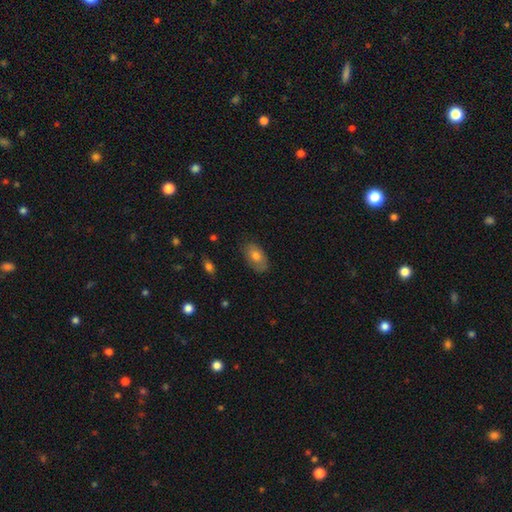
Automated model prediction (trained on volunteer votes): smooth_or_featured: smooth (p=0.70) [alt: featured or disk p=0.22]
how_rounded: in between (p=0.92) [alt: round p=0.06]
merging: none (p=0.77) [alt: minor disturbance p=0.17]